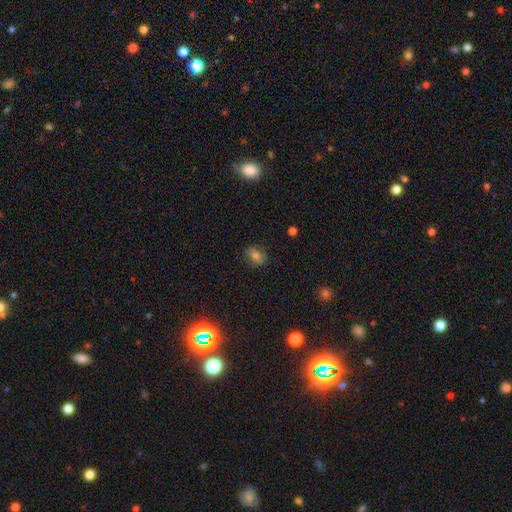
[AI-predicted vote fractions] A smooth galaxy with no disk features (66%) that is in between round and cigar-shaped (52%). Merging: none (80%).